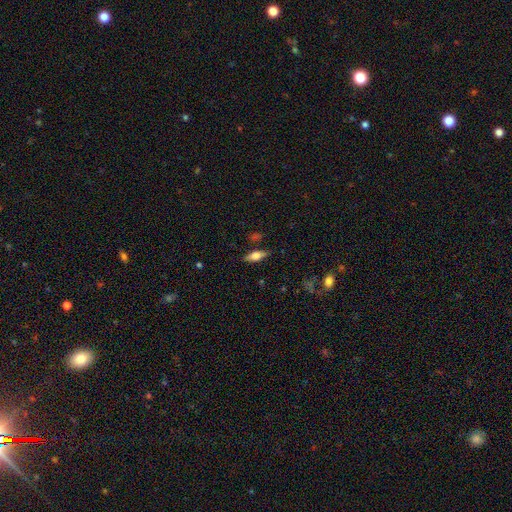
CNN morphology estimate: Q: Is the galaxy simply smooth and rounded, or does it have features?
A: featured or disk — 47%.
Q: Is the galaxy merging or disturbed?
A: none — 83%.